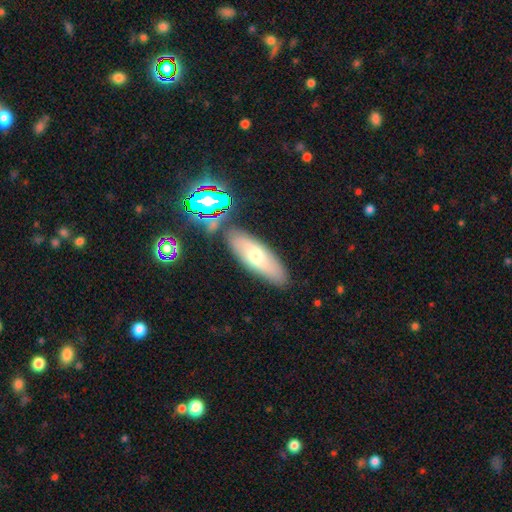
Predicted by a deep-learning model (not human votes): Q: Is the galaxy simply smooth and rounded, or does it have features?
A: smooth — 55%.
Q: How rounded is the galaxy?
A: in between — 59%.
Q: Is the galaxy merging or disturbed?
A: none — 81%.